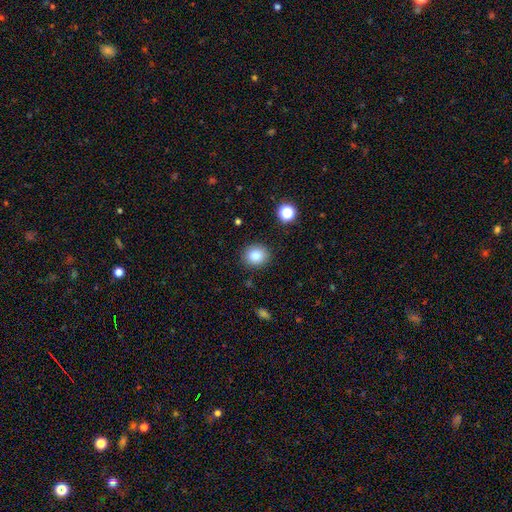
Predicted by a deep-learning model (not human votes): smooth 85%, star or artifact 10%, featured or disk 5%. Down the decision tree: how rounded — round (76%); merging — none (88%).